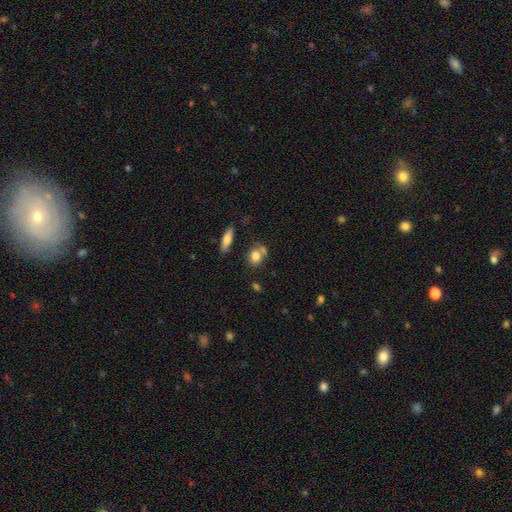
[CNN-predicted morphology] Smooth or featured? smooth (79%)
How rounded? in between (52%)
Merging? none (54%)